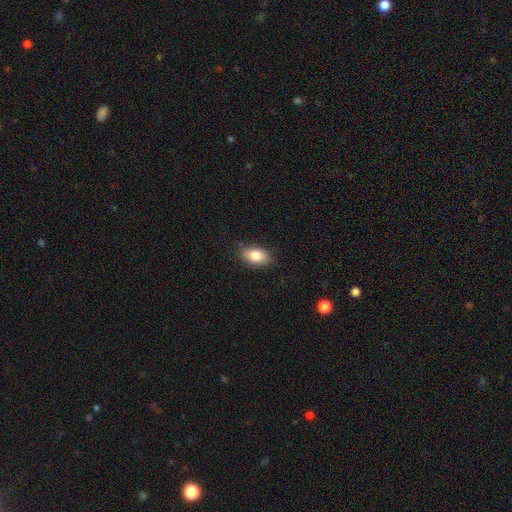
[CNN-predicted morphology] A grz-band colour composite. It shows a smooth galaxy with no disk features (83%) that is in between round and cigar-shaped (87%). Merging: none (79%).